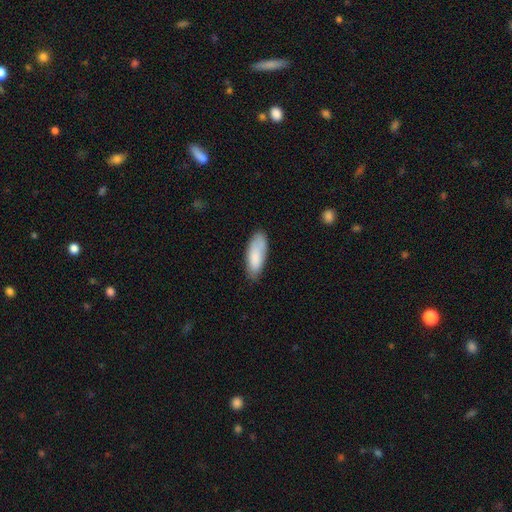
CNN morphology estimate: Smooth or featured? Predicted: smooth (p=0.84). How rounded? Predicted: in between (p=0.71). Merging? Predicted: none (p=0.74).